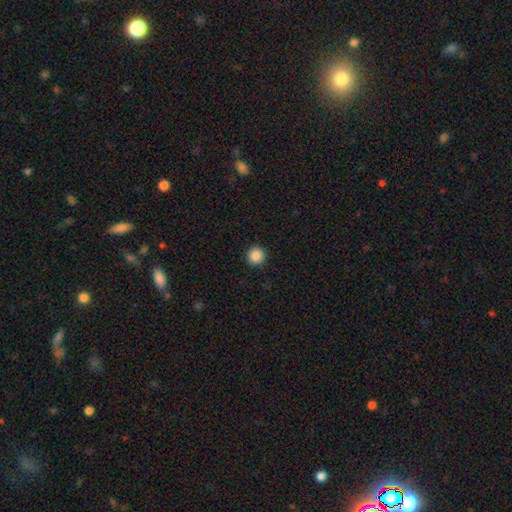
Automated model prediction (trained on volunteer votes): smooth_or_featured: smooth (p=0.88) [alt: star or artifact p=0.09]
how_rounded: round (p=0.96) [alt: in between p=0.03]
merging: none (p=0.93) [alt: minor disturbance p=0.04]